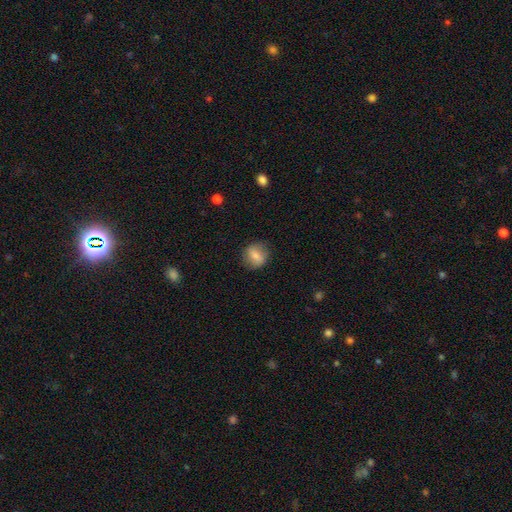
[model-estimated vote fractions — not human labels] Morphology: type=smooth (69%); roundness=round (74%); merging=none (81%).